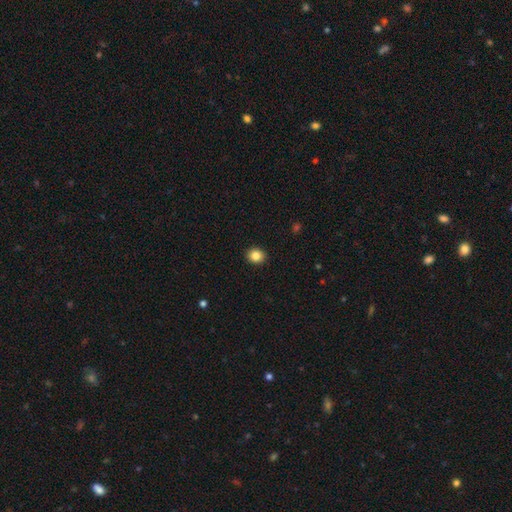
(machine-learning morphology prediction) Overall: smooth (85%). How rounded: round (80%). Merging: none (92%).